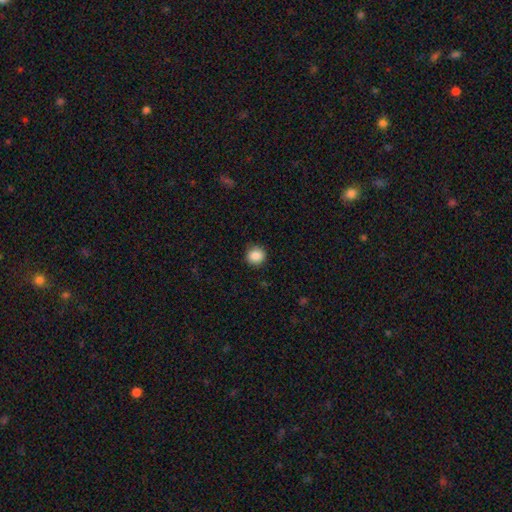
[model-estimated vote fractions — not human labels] This appears to be a smooth galaxy with no disk features (87%) that is round (86%). Merging: none (88%).